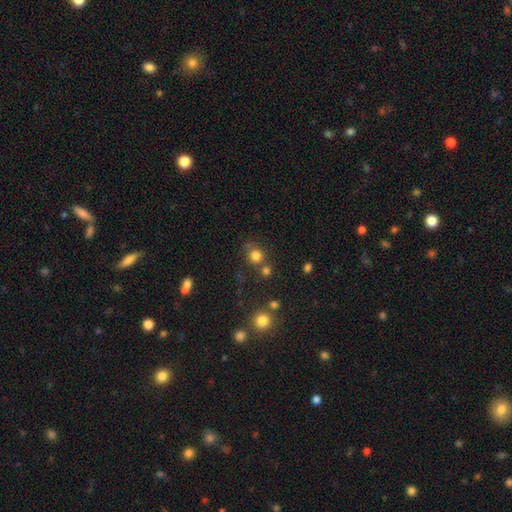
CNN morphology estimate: smooth-or-featured: smooth: 78% | star or artifact: 15% | featured or disk: 7%
  how-rounded: round: 86% | in between: 13% | cigar-shaped: 1%
  merging: none: 64% | merger: 18% | minor disturbance: 12% | major disturbance: 6%